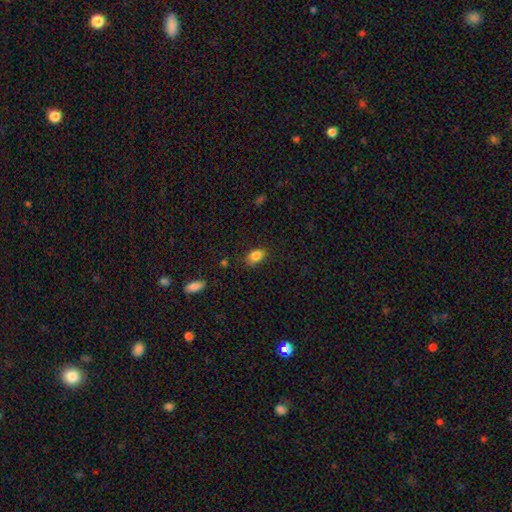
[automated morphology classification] Q: Smooth or featured?
A: smooth (85%); runner-up: star or artifact (9%)
Q: How rounded?
A: in between (85%); runner-up: round (13%)
Q: Merging?
A: none (80%); runner-up: minor disturbance (15%)